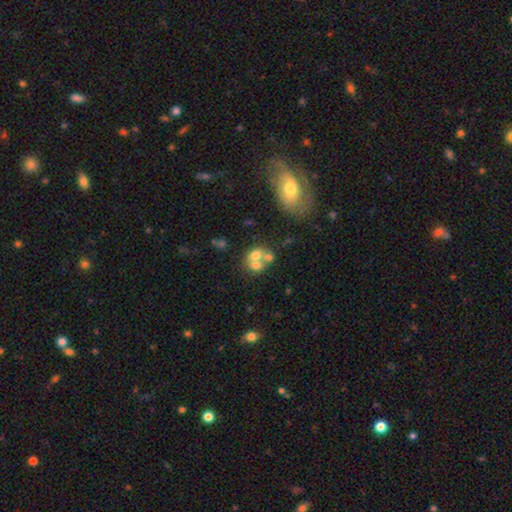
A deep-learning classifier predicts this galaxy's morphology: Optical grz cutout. It shows a smooth galaxy with no disk features (58%) that is round (57%). Merging: merger (61%).